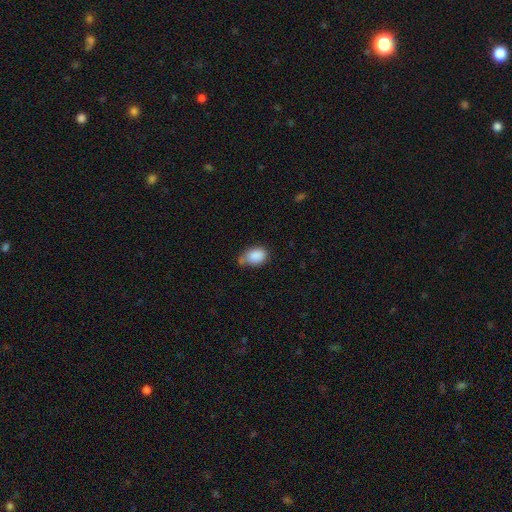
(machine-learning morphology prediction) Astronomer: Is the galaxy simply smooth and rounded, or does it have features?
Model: smooth — 86%.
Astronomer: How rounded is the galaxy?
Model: in between — 77%.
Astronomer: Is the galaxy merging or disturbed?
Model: none — 43% (runner-up: minor disturbance, 34%).